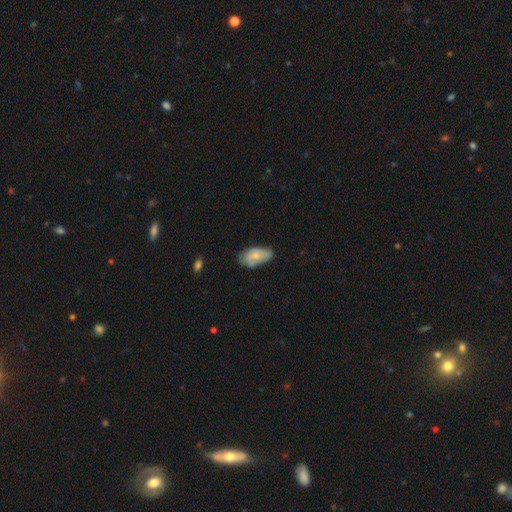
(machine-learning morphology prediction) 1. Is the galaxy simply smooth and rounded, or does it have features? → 61% smooth, 33% featured or disk, 6% star or artifact.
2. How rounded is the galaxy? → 93% in between, 4% cigar-shaped, 3% round.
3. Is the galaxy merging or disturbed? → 51% none, 37% minor disturbance, 10% major disturbance, 2% merger.